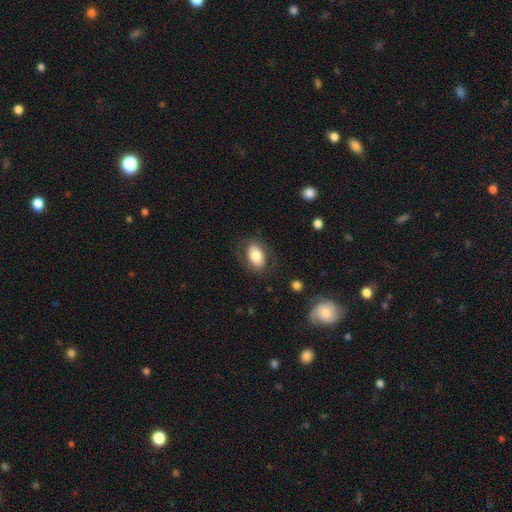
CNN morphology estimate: type=smooth (73%); roundness=in between (88%); merging=none (75%).